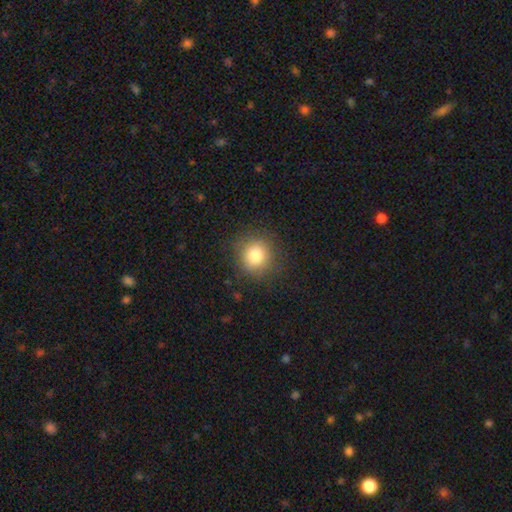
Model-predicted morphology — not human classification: smooth-or-featured: smooth: 80% | star or artifact: 11% | featured or disk: 9%
  how-rounded: round: 91% | in between: 9% | cigar-shaped: 1%
  merging: none: 86% | minor disturbance: 9% | major disturbance: 4% | merger: 1%